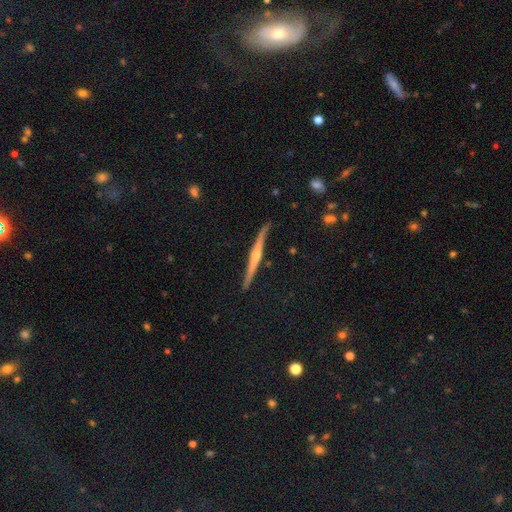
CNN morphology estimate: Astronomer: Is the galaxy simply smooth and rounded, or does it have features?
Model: featured or disk — 78%.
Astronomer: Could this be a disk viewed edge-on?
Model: yes — 97%.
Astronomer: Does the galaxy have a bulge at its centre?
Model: rounded — 79%.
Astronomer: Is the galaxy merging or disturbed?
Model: none — 85%.